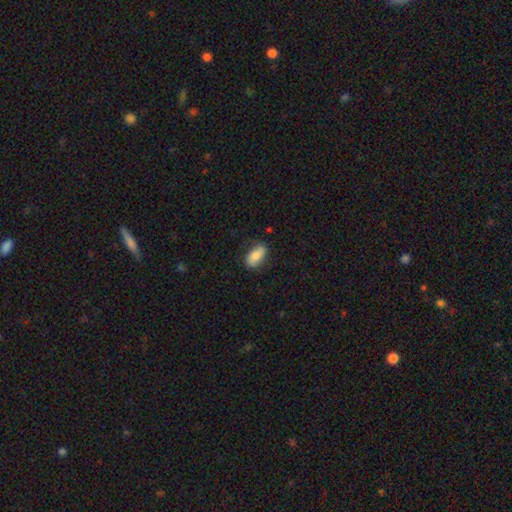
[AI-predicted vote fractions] The model was most divided on "merging": none: 79%, minor disturbance: 16%, major disturbance: 4%, merger: 1%. More confident: how rounded — in between (90%); smooth or featured — smooth (79%).